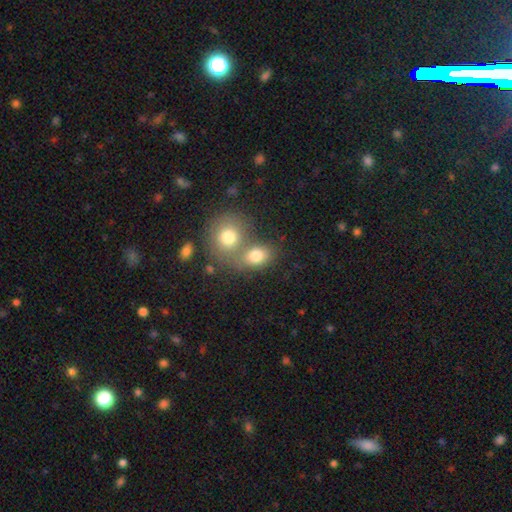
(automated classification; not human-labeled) The model was most divided on "how rounded": in between: 54%, round: 45%, cigar-shaped: 1%. Remaining: smooth or featured — smooth (77%); merging — merger (50%).